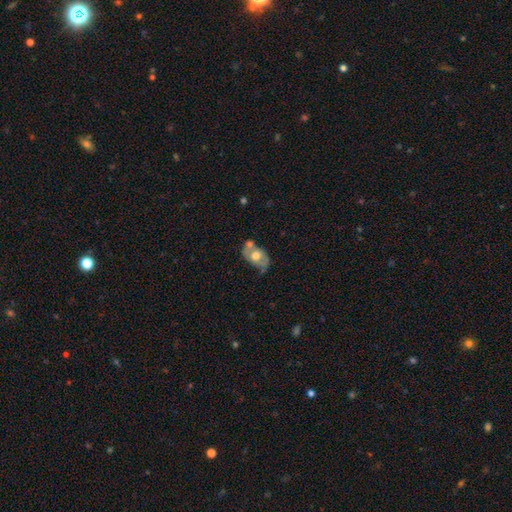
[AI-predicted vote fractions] Morphology: type=smooth (47%); merging=none (38%).